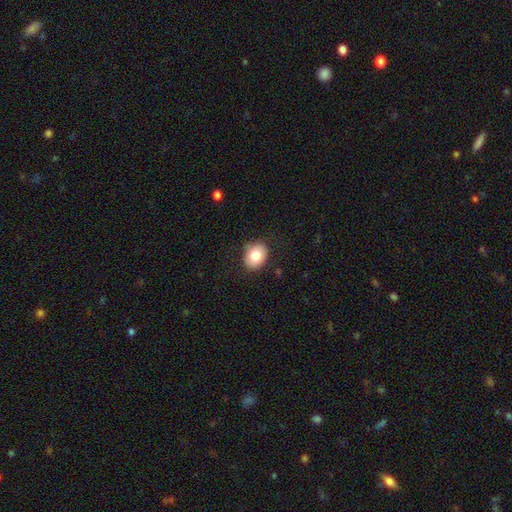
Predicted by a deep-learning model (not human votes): smooth 82%, featured or disk 10%, star or artifact 8%. Down the decision tree: how rounded — in between (58%); merging — none (83%).